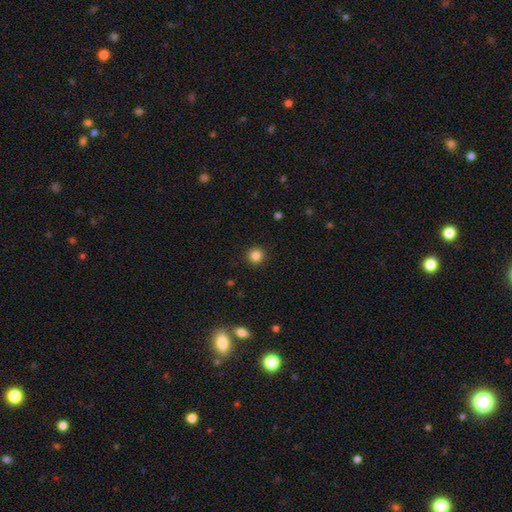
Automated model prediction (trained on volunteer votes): Smooth or featured?
  - smooth: 84% *
  - star or artifact: 11%
  - featured or disk: 4%
How rounded?
  - round: 94% *
  - in between: 5%
  - cigar-shaped: 1%
Merging?
  - none: 92% *
  - minor disturbance: 5%
  - major disturbance: 2%
  - merger: 1%